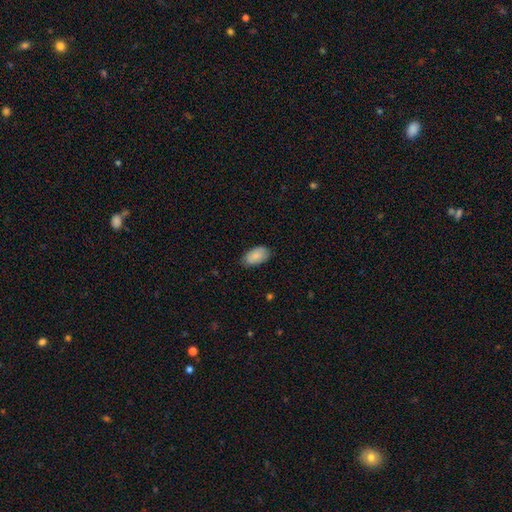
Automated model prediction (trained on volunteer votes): Smooth or featured? smooth (86%)
How rounded? in between (95%)
Merging? none (79%)